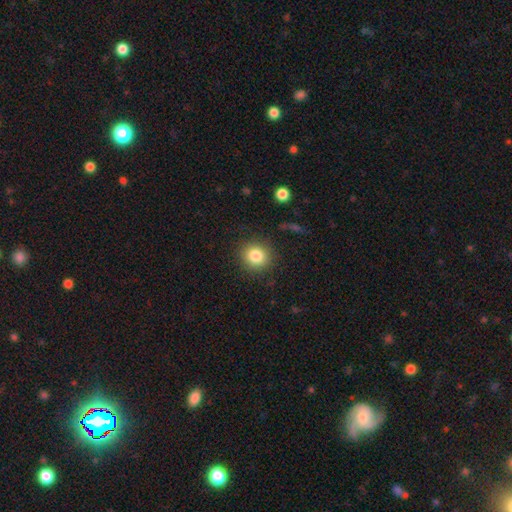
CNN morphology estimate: type=smooth (83%); roundness=round (88%); merging=none (88%).